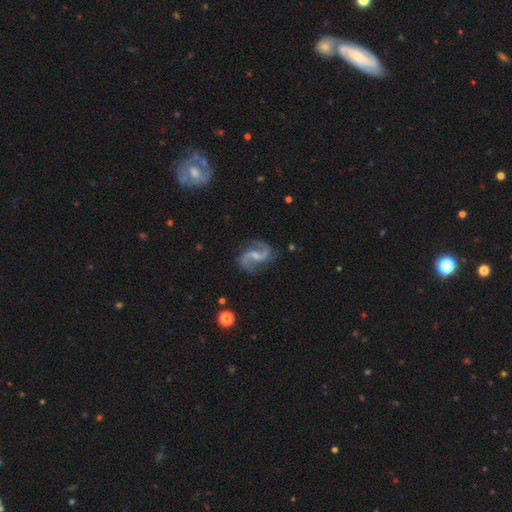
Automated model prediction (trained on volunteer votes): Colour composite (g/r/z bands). It shows a featured or disk galaxy (91%) with a weak bar (49%), 2 (94%) loose (56%) spiral arms (98%) and a small central bulge (49%). Merging: none (79%).